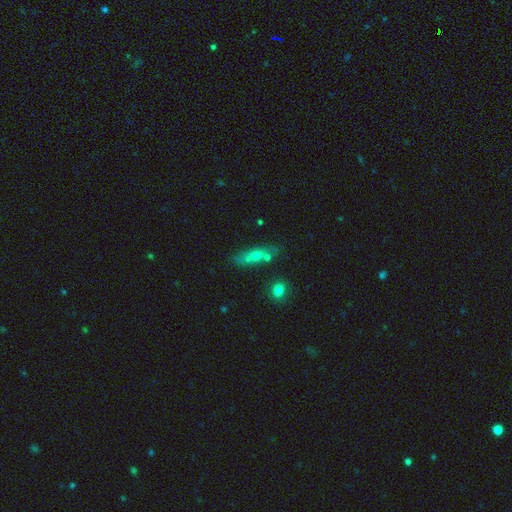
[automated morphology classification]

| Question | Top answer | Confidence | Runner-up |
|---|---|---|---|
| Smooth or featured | smooth | 54% | featured or disk (34%) |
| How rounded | in between | 52% | cigar-shaped (40%) |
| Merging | none | 51% | merger (25%) |